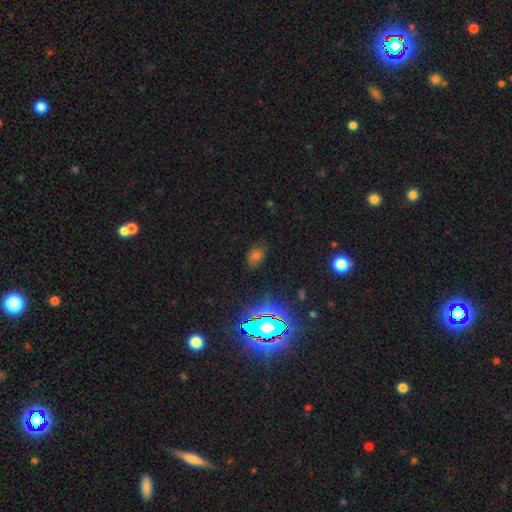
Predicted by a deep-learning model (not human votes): smooth 51%, star or artifact 38%, featured or disk 11%. Down the decision tree: how rounded — in between (69%); merging — none (80%).